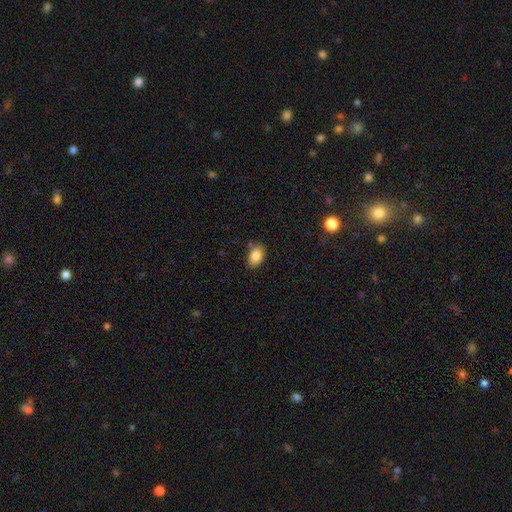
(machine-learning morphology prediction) smooth-or-featured: smooth: 87% | star or artifact: 8% | featured or disk: 5%
  how-rounded: in between: 85% | round: 13% | cigar-shaped: 1%
  merging: none: 75% | minor disturbance: 17% | merger: 5% | major disturbance: 3%